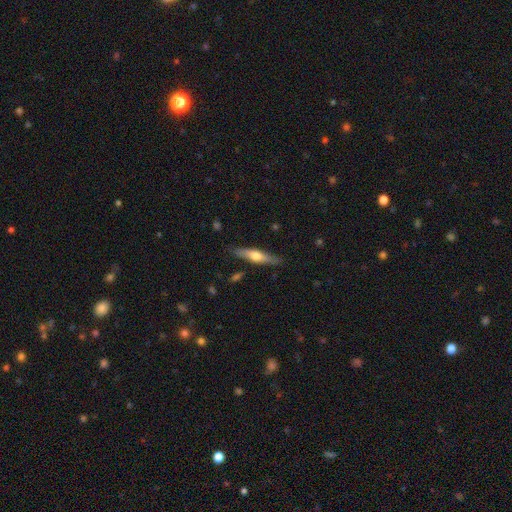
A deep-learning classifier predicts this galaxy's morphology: Q: Smooth or featured?
A: featured or disk (51%); runner-up: smooth (43%)
Q: Edge-on disk?
A: yes (92%); runner-up: no (8%)
Q: Merging?
A: none (86%); runner-up: minor disturbance (11%)